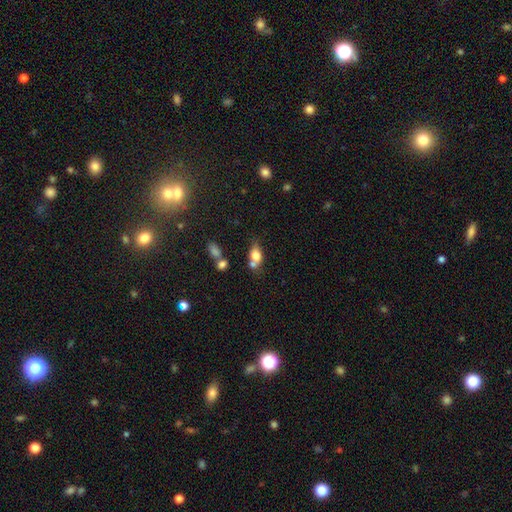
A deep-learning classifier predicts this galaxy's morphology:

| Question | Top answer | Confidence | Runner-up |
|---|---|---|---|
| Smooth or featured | smooth | 74% | featured or disk (16%) |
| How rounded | in between | 74% | round (21%) |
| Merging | none | 42% | merger (35%) |